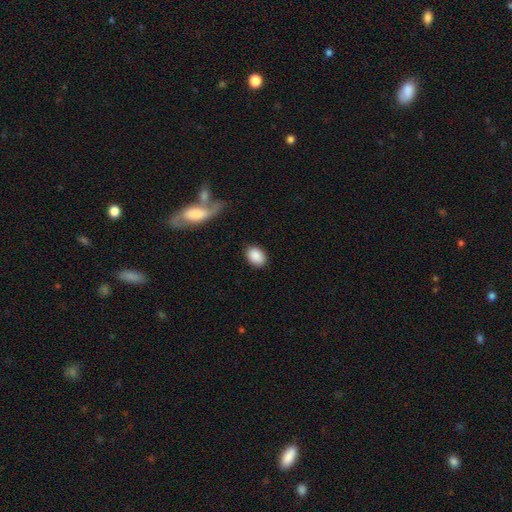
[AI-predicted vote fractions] smooth 89%, star or artifact 7%, featured or disk 4%. Down the decision tree: how rounded — in between (78%); merging — none (85%).